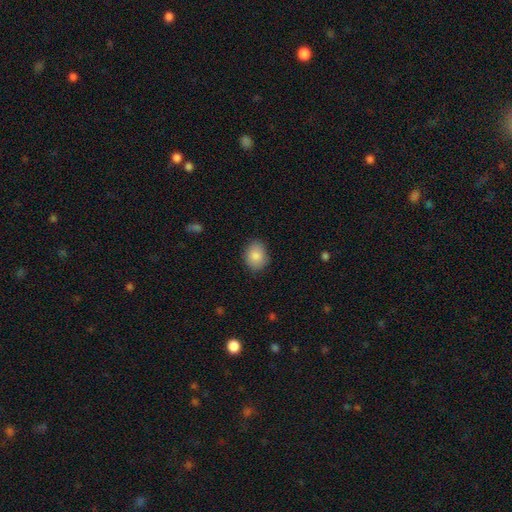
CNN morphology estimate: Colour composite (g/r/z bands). It shows a smooth galaxy with no disk features (86%) that is in between round and cigar-shaped (50%). Merging: none (84%).